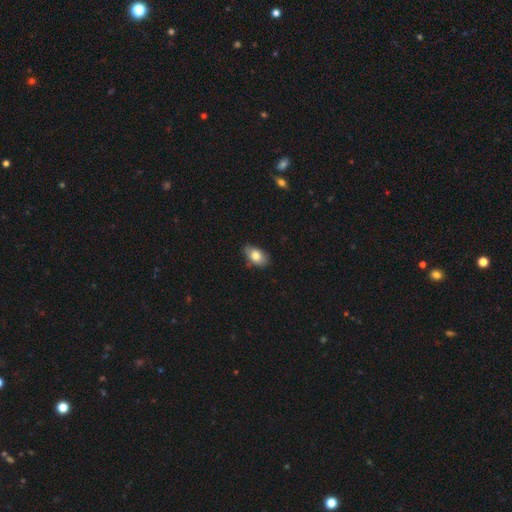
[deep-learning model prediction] Smooth or featured? Predicted: smooth (p=0.79). How rounded? Predicted: in between (p=0.90). Merging? Predicted: none (p=0.72).